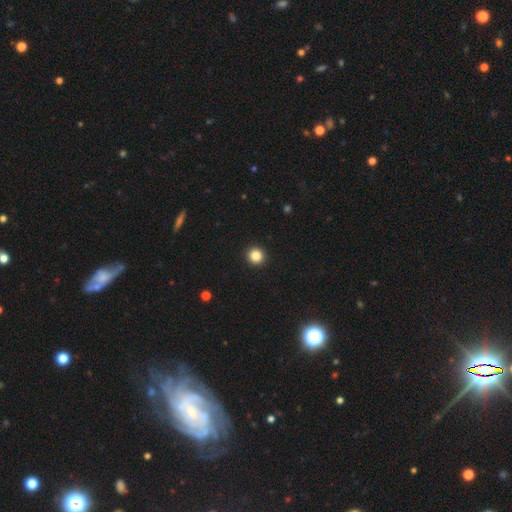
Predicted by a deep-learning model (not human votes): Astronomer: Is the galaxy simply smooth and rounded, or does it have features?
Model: smooth — 85%.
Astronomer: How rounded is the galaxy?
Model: round — 95%.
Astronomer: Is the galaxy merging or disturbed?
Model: none — 94%.